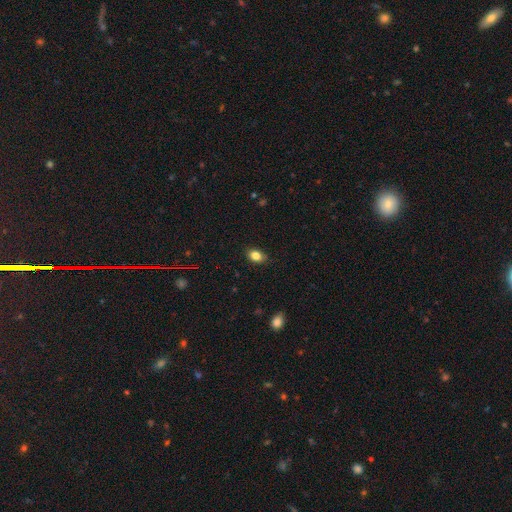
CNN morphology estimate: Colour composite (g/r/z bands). It shows a smooth galaxy with no disk features (84%) that is in between round and cigar-shaped (73%). Merging: none (82%).